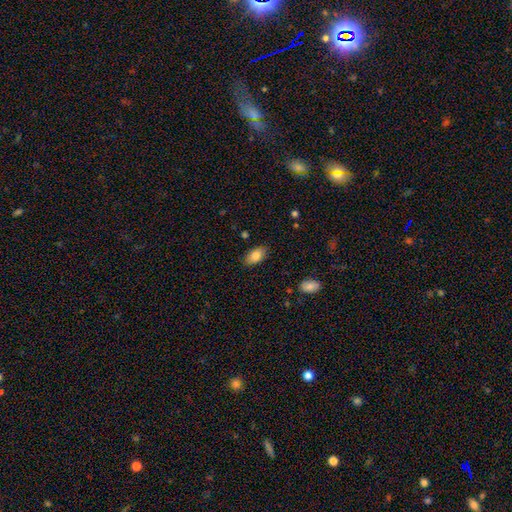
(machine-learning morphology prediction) Smooth or featured?
  - smooth: 83% *
  - featured or disk: 10%
  - star or artifact: 7%
How rounded?
  - in between: 93% *
  - round: 4%
  - cigar-shaped: 3%
Merging?
  - none: 86% *
  - minor disturbance: 11%
  - major disturbance: 2%
  - merger: 1%